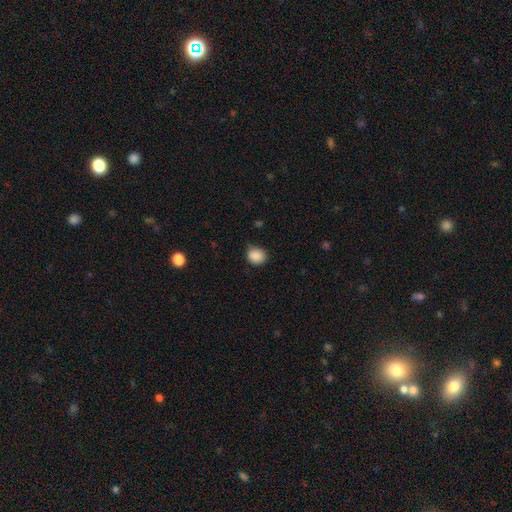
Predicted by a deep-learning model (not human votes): smooth_or_featured: smooth (p=0.88) [alt: star or artifact p=0.09]
how_rounded: round (p=0.68) [alt: in between p=0.31]
merging: none (p=0.74) [alt: minor disturbance p=0.21]